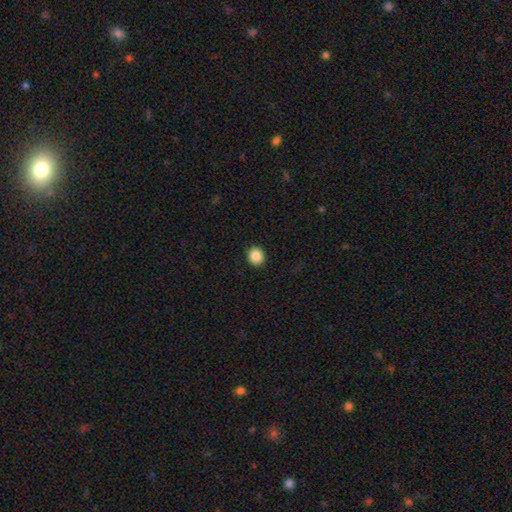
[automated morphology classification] A smooth galaxy with no disk features (87%) that is round (86%). Merging: none (92%).